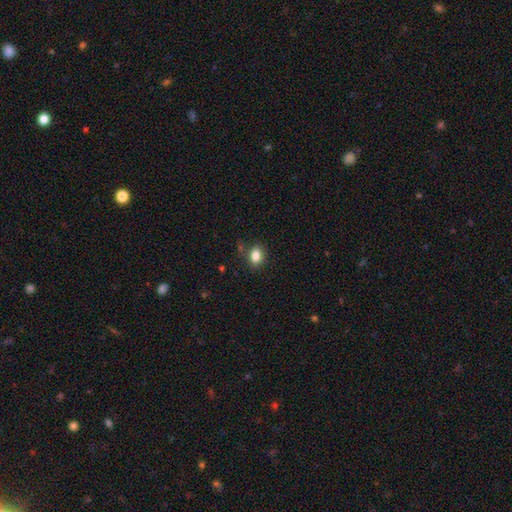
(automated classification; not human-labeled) Smooth or featured: smooth — 83% (star or artifact — 10%)
How rounded: in between — 72% (round — 26%)
Merging: none — 82% (minor disturbance — 12%)